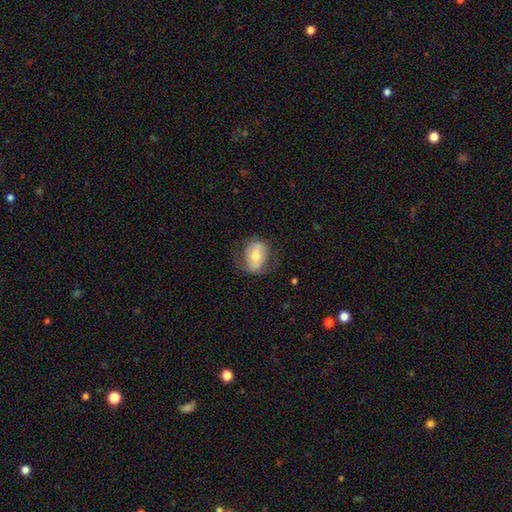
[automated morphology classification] Smooth or featured? Predicted: smooth (p=0.48). Merging? Predicted: none (p=0.66).